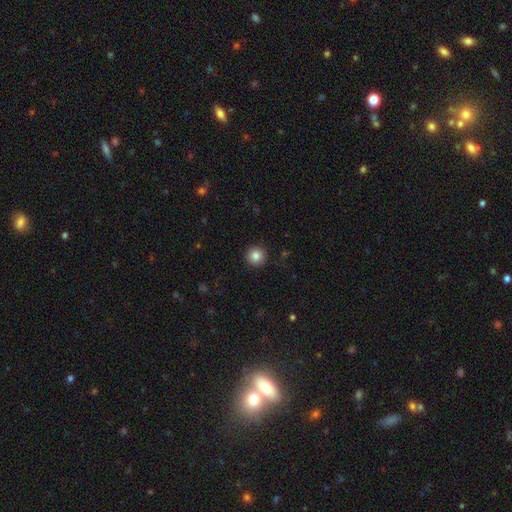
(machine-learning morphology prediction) A smooth galaxy with no disk features (85%) that is round (95%).

Vote fractions:
- Smooth or featured? smooth: 85% / star or artifact: 10% / featured or disk: 6%
- How rounded? round: 95% / in between: 4% / cigar-shaped: 1%
- Merging? none: 92% / minor disturbance: 5% / major disturbance: 2% / merger: 1%